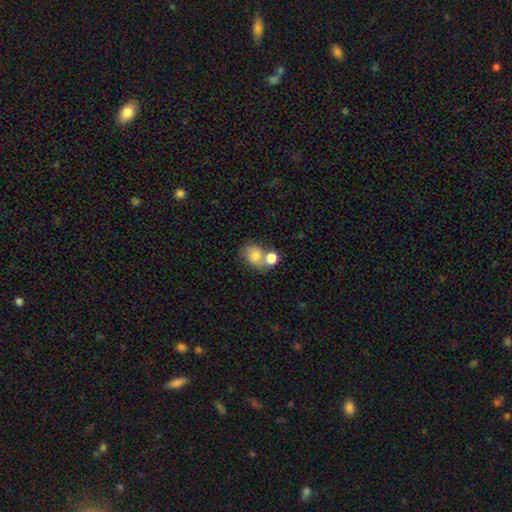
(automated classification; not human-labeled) Smooth or featured? smooth (72%)
How rounded? round (53%)
Merging? merger (46%)